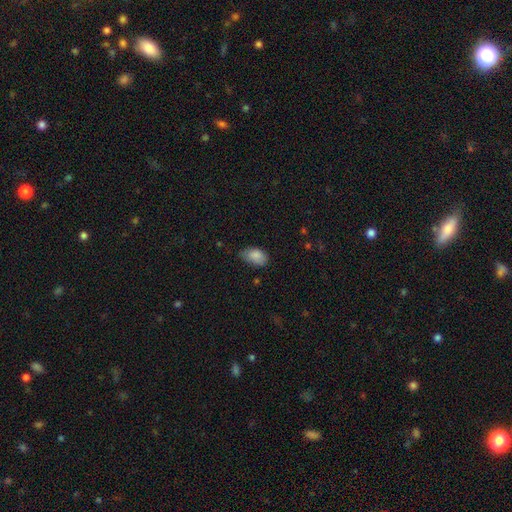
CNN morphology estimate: This appears to be a smooth galaxy with no disk features (86%) that is in between round and cigar-shaped (92%). Merging: none (54%).